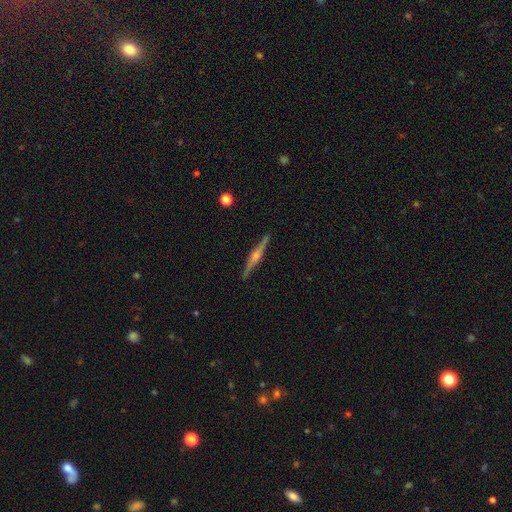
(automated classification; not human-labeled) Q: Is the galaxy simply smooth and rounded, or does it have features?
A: featured or disk — 83%.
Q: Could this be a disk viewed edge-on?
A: yes — 98%.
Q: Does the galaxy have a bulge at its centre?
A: rounded — 84%.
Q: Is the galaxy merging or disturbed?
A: none — 91%.